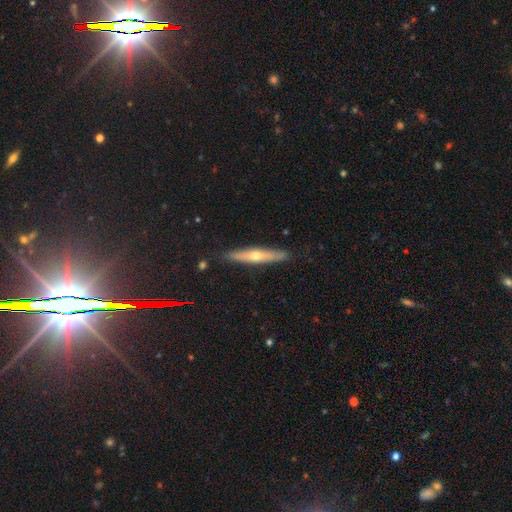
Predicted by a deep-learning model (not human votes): This is possibly a featured or disk galaxy (57%). It is clearly viewed edge-on (91%). Edge-on bulge: clearly rounded (84%). Merging: clearly none (88%).